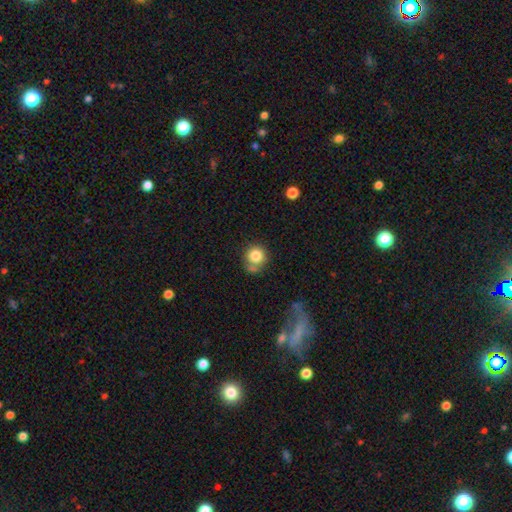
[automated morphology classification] Smooth or featured?
  - smooth: 82% *
  - star or artifact: 10%
  - featured or disk: 8%
How rounded?
  - round: 90% *
  - in between: 9%
  - cigar-shaped: 1%
Merging?
  - none: 61% *
  - merger: 16%
  - minor disturbance: 16%
  - major disturbance: 6%